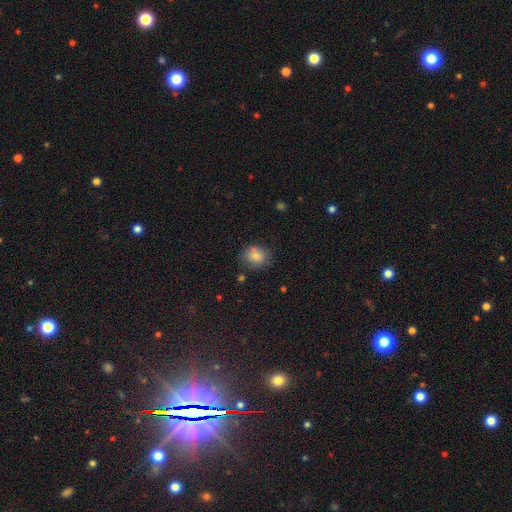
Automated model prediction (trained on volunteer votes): Smooth or featured? Predicted: smooth (p=0.81). How rounded? Predicted: round (p=0.70). Merging? Predicted: none (p=0.74).